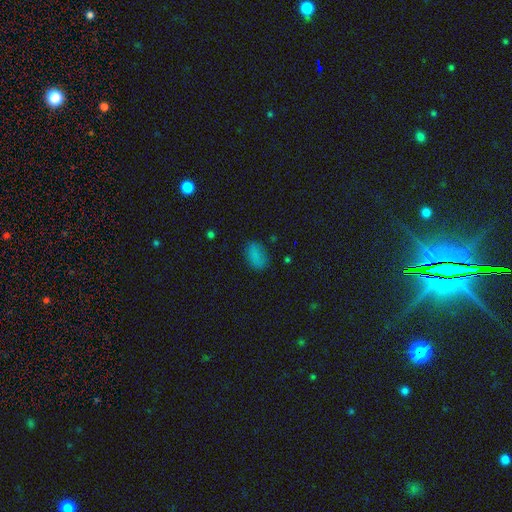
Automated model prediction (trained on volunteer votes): Smooth or featured?
  - smooth: 78% *
  - star or artifact: 15%
  - featured or disk: 7%
How rounded?
  - in between: 90% *
  - round: 8%
  - cigar-shaped: 2%
Merging?
  - none: 76% *
  - minor disturbance: 17%
  - major disturbance: 5%
  - merger: 2%